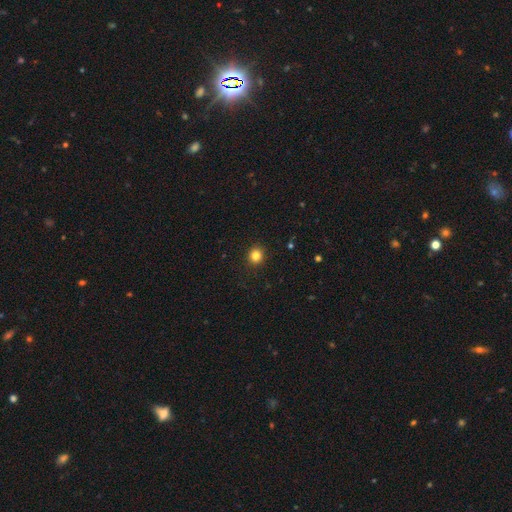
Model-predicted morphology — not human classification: Smooth or featured? Predicted: smooth (p=0.83). How rounded? Predicted: round (p=0.88). Merging? Predicted: none (p=0.92).